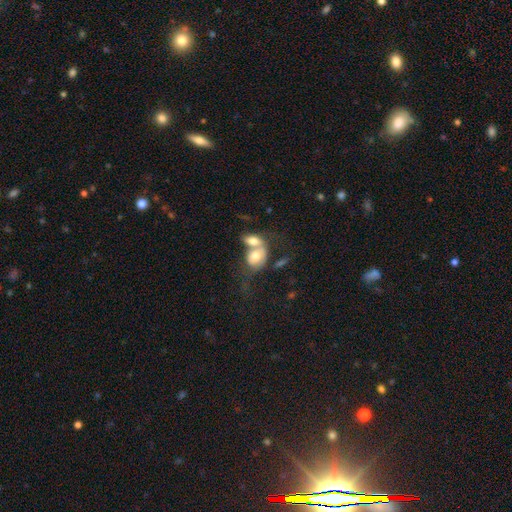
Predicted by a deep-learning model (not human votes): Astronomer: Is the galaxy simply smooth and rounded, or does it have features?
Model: smooth — 62%.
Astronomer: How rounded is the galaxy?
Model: in between — 66%.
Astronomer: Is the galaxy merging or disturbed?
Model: merger — 71%.